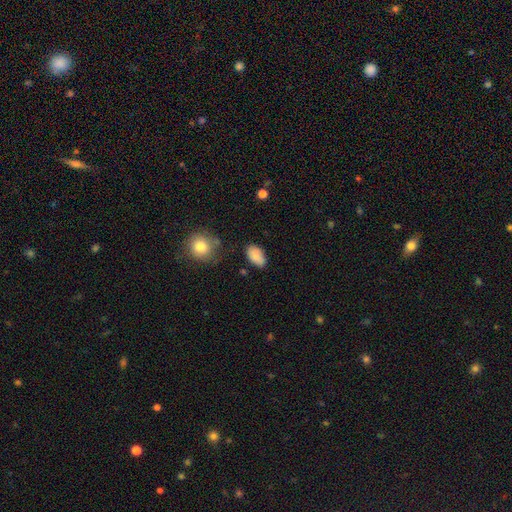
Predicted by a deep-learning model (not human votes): Morphology: type=smooth (86%); roundness=in between (92%); merging=none (75%).